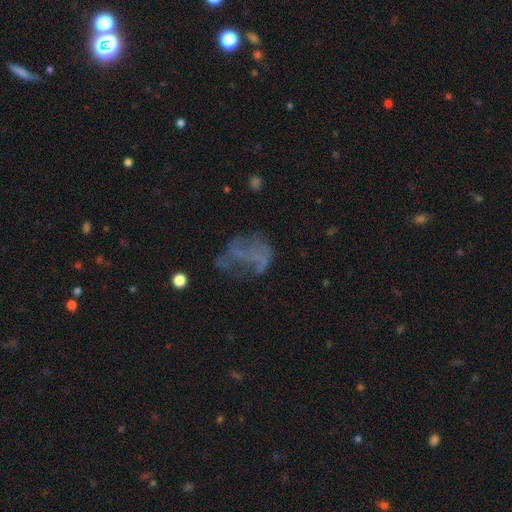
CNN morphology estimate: Smooth or featured?
  - featured or disk: 51% *
  - smooth: 29%
  - star or artifact: 20%
Edge-on disk?
  - no: 98% *
  - yes: 2%
Merging?
  - major disturbance: 39% *
  - none: 37%
  - minor disturbance: 18%
  - merger: 6%